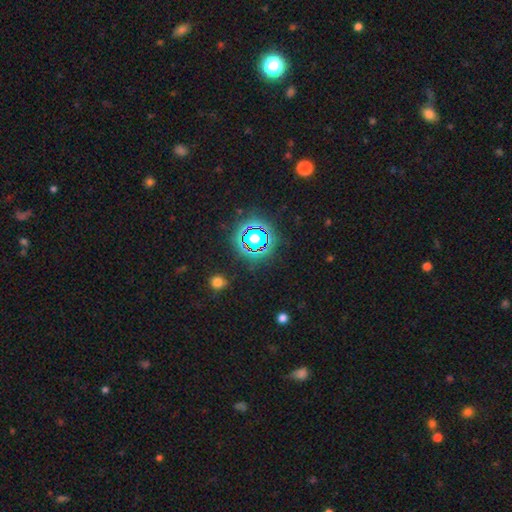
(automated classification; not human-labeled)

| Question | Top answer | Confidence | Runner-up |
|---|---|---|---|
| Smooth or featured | star or artifact | 77% | smooth (16%) |